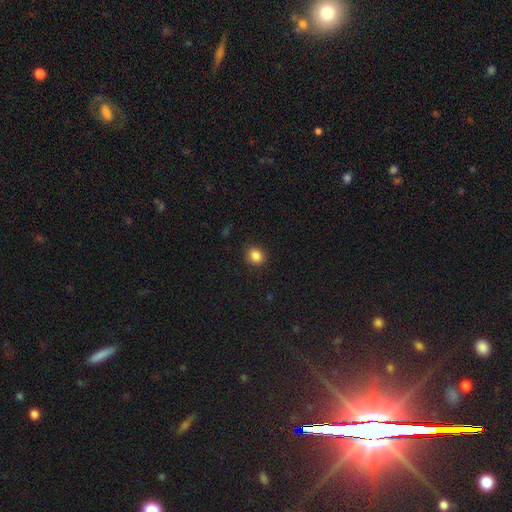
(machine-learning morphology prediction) This appears to be a smooth galaxy with no disk features (86%) that is round (69%). Merging: none (88%).